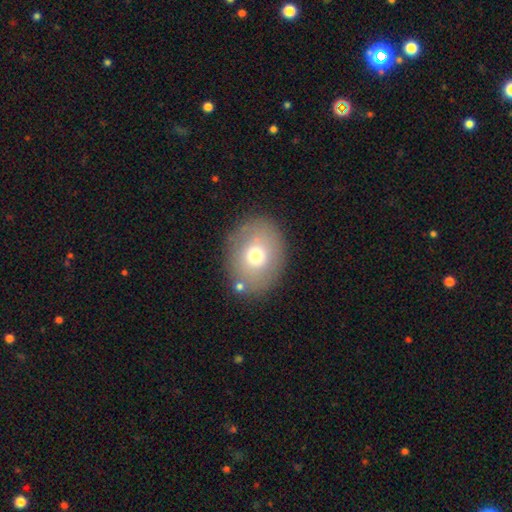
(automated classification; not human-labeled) smooth 69%, featured or disk 21%, star or artifact 11%. Down the decision tree: how rounded — in between (58%); merging — none (82%).